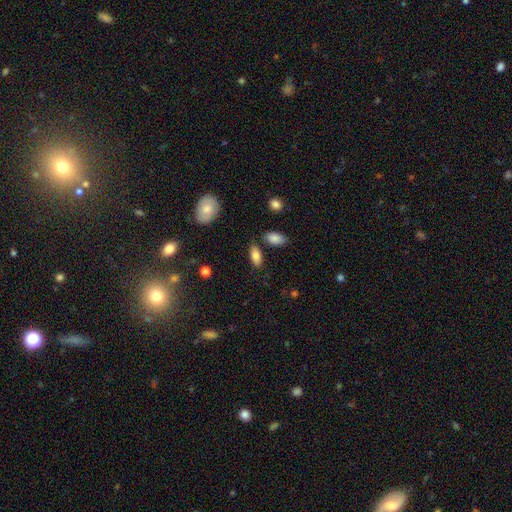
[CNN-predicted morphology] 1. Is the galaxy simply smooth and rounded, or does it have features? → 81% smooth, 12% featured or disk, 7% star or artifact.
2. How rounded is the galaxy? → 86% in between, 11% cigar-shaped, 3% round.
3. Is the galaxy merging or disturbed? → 80% none, 12% minor disturbance, 6% merger, 3% major disturbance.